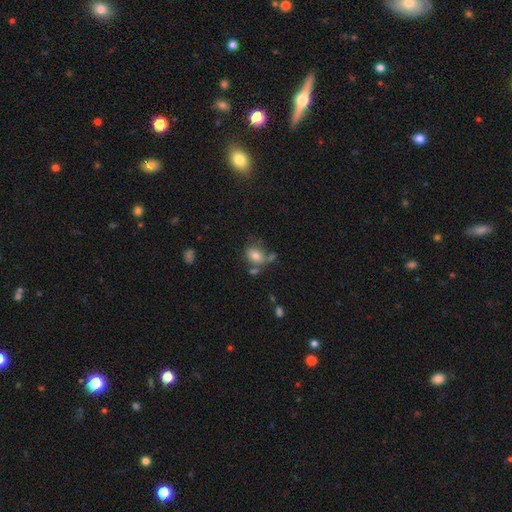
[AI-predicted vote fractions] Smooth or featured: smooth — 76% (featured or disk — 14%)
How rounded: in between — 69% (round — 29%)
Merging: none — 49% (minor disturbance — 21%)